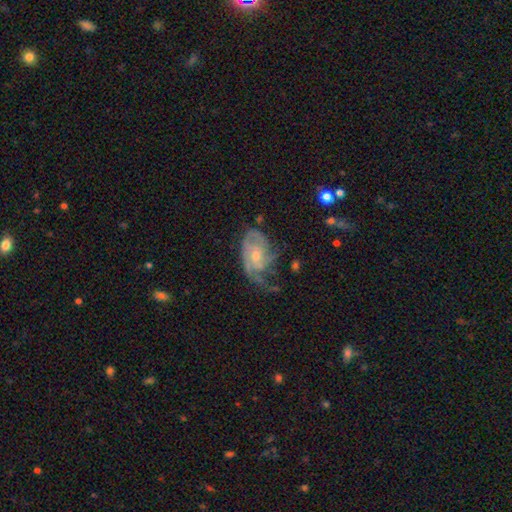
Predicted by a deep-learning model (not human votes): This is likely a featured or disk galaxy (78%). It is clearly not viewed edge-on (96%). Bar: likely no (68%). Spiral arm pattern: clearly yes (91%). Spiral arm count: marginally can't tell (31%). Spiral winding: possibly tight (46%). Central bulge: possibly small (51%). Merging: marginally none (44%).